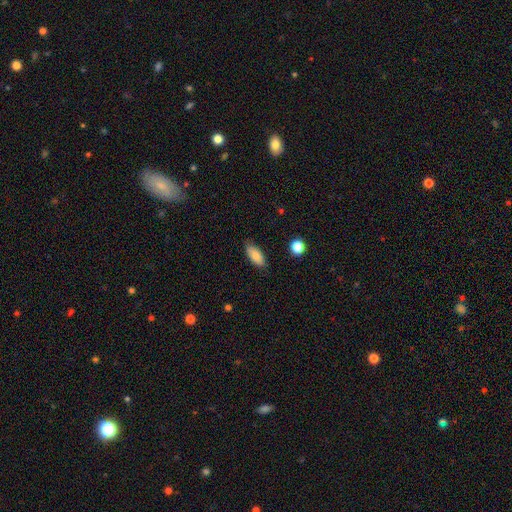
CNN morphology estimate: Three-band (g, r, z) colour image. It shows a smooth galaxy with no disk features (82%) that is in between round and cigar-shaped (85%). Merging: none (83%).